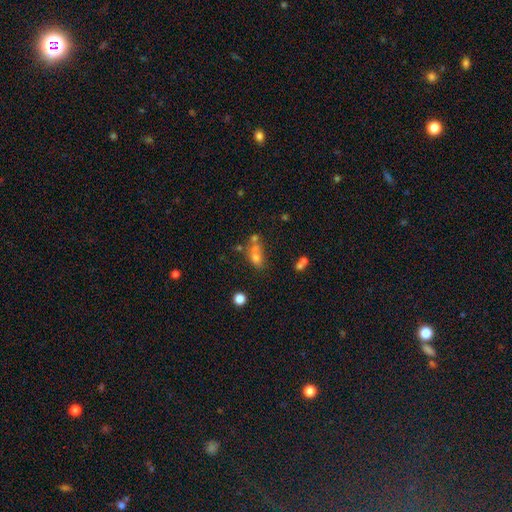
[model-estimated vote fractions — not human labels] The model was most divided on "merging": merger: 44%, none: 36%, minor disturbance: 13%, major disturbance: 8%. More confident: smooth or featured — smooth (63%); how rounded — in between (54%).